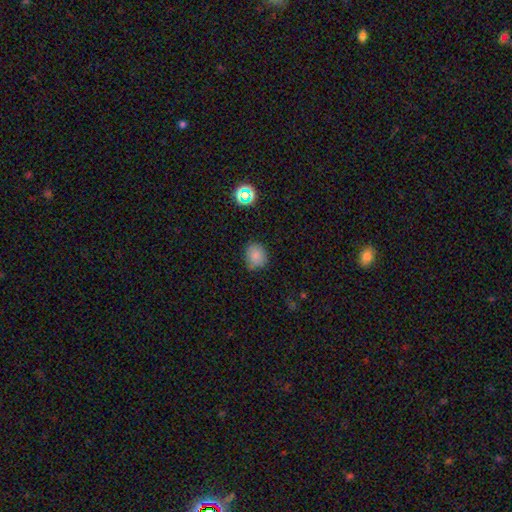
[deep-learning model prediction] Smooth or featured?
  - smooth: 80% *
  - star or artifact: 13%
  - featured or disk: 6%
How rounded?
  - round: 63% *
  - in between: 36%
  - cigar-shaped: 1%
Merging?
  - none: 73% *
  - minor disturbance: 21%
  - major disturbance: 4%
  - merger: 2%